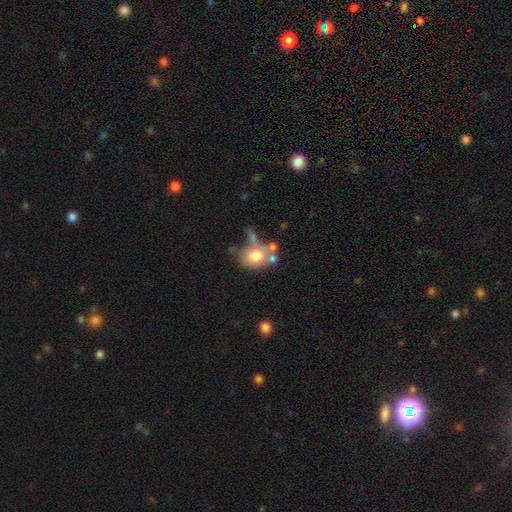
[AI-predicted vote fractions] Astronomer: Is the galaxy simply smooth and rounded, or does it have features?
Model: smooth — 67%.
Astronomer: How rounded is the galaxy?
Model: round — 49%, tied with in between at 49%.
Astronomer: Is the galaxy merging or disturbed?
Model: none — 35% (runner-up: merger, 33%).